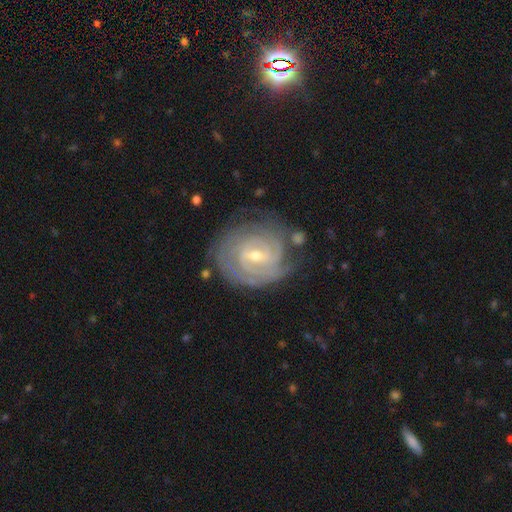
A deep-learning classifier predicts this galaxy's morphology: This appears to be a featured or disk galaxy (89%) with a weak bar (56%), tight (81%) spiral arms (97%) and a small central bulge (56%). Merging: none (73%).